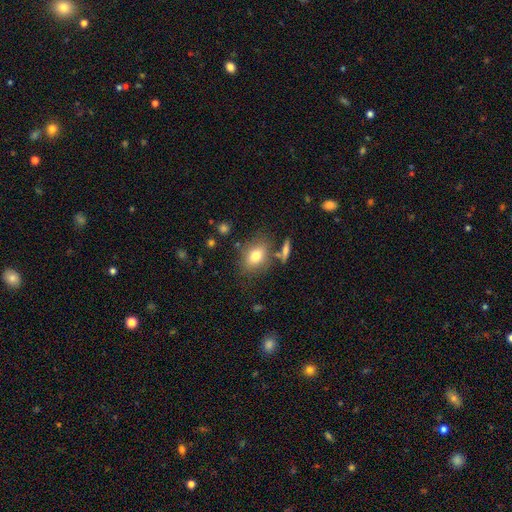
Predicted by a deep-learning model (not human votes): The model was most divided on "how rounded": in between: 70%, round: 28%, cigar-shaped: 2%. More confident: smooth or featured — smooth (76%); merging — none (71%).